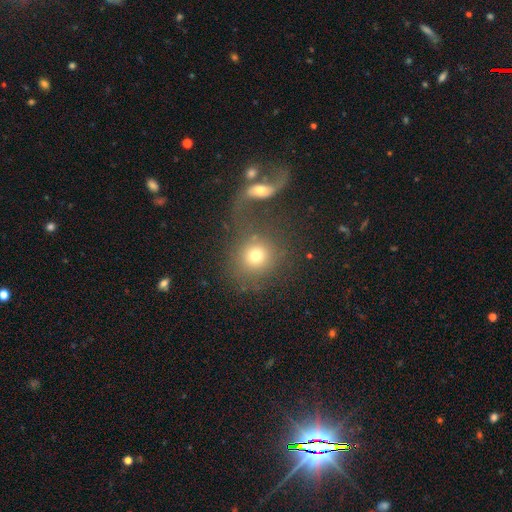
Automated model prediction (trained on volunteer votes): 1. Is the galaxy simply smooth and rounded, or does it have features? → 69% smooth, 20% featured or disk, 11% star or artifact.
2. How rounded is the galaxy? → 85% round, 14% in between, 1% cigar-shaped.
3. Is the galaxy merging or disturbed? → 48% none, 32% merger, 10% minor disturbance, 10% major disturbance.